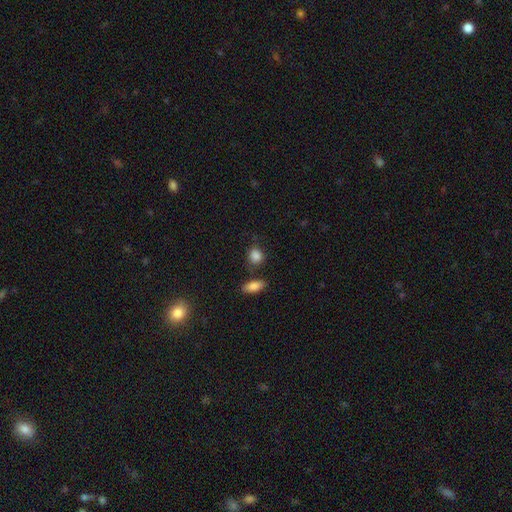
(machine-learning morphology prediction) Smooth or featured: smooth — 87% (star or artifact — 9%)
How rounded: round — 59% (in between — 39%)
Merging: none — 72% (minor disturbance — 16%)